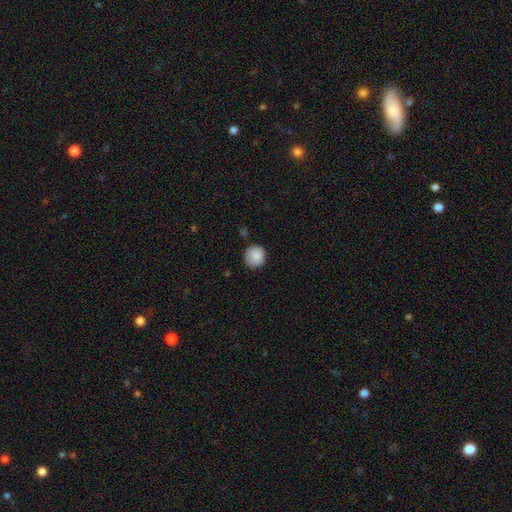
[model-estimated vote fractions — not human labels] Q: Smooth or featured?
A: smooth (87%); runner-up: star or artifact (8%)
Q: How rounded?
A: round (89%); runner-up: in between (10%)
Q: Merging?
A: none (80%); runner-up: minor disturbance (15%)